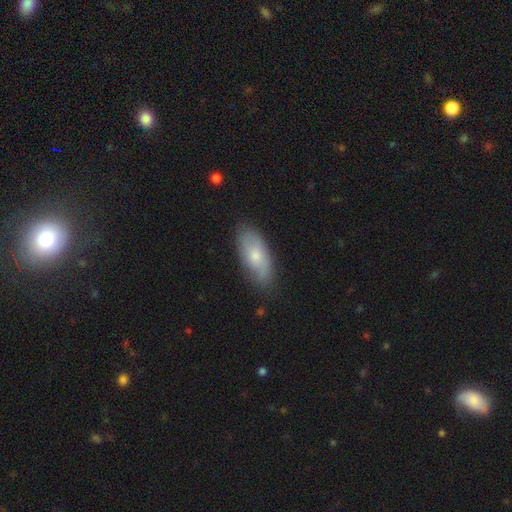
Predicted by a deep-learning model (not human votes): smooth_or_featured: smooth (p=0.57) [alt: featured or disk p=0.36]
how_rounded: in between (p=0.87) [alt: cigar-shaped p=0.11]
merging: none (p=0.77) [alt: minor disturbance p=0.18]